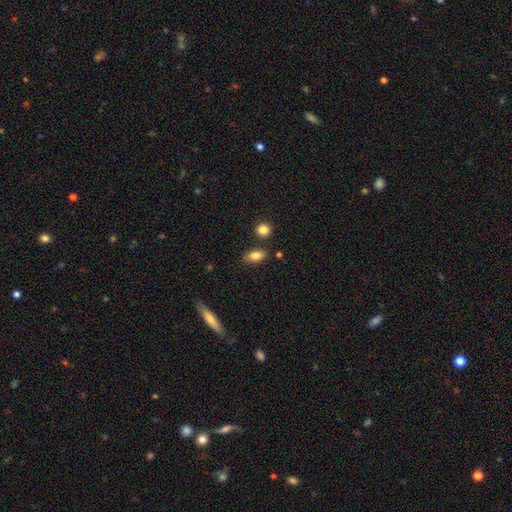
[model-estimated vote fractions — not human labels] Smooth or featured?
  - smooth: 80% *
  - featured or disk: 11%
  - star or artifact: 8%
How rounded?
  - in between: 82% *
  - cigar-shaped: 10%
  - round: 9%
Merging?
  - none: 79% *
  - minor disturbance: 12%
  - merger: 6%
  - major disturbance: 3%